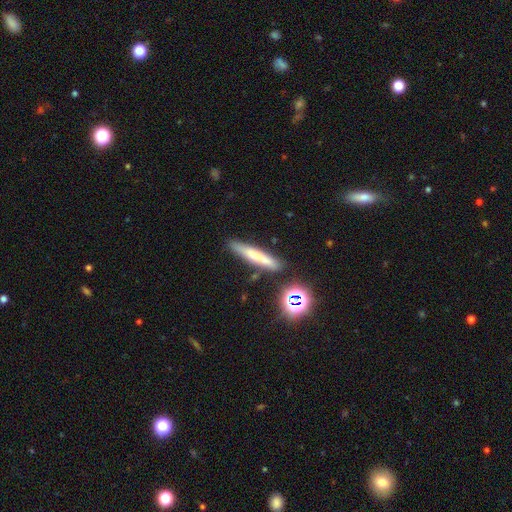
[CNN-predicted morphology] Overall: smooth (44%; featured or disk 41%). Merging: none (79%).